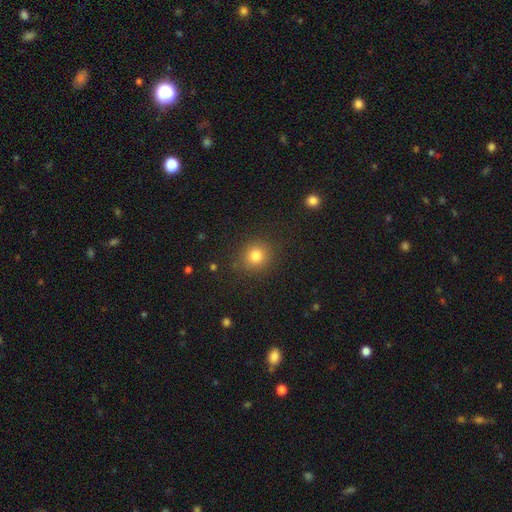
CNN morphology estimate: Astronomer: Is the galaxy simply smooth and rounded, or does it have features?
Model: smooth — 81%.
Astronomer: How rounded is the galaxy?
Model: round — 87%.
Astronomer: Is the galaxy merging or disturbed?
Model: none — 88%.